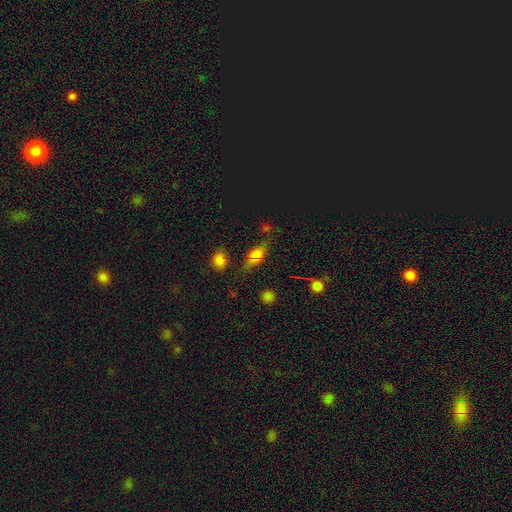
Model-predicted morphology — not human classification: Smooth or featured: smooth — 56% (star or artifact — 24%)
How rounded: in between — 69% (cigar-shaped — 22%)
Merging: none — 71% (minor disturbance — 17%)